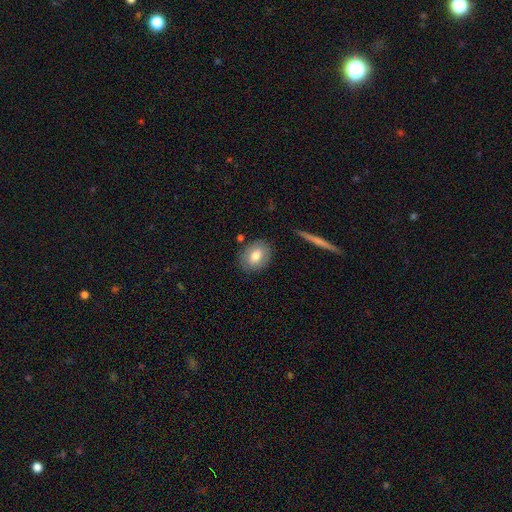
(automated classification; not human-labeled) Smooth or featured? smooth (75%)
How rounded? in between (56%)
Merging? none (83%)